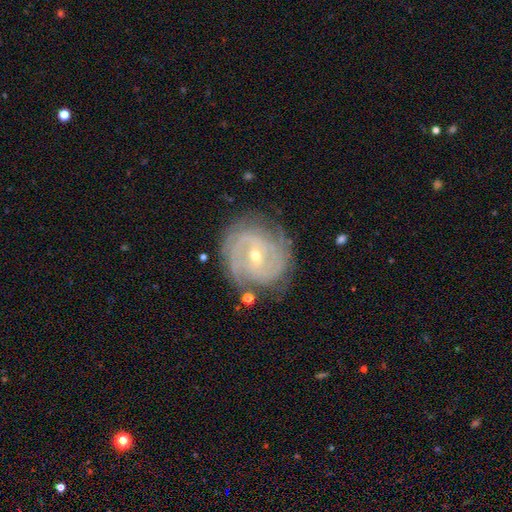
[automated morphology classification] Overall: featured or disk (86%). Edge-on disk: no (97%). Bar: weak (46%; no 37%). Spiral arms: yes (95%). Spiral arm count: can't tell (32%; 2 26%). Spiral winding: tight (73%). Bulge size: small (62%; moderate 35%). Merging: none (76%).